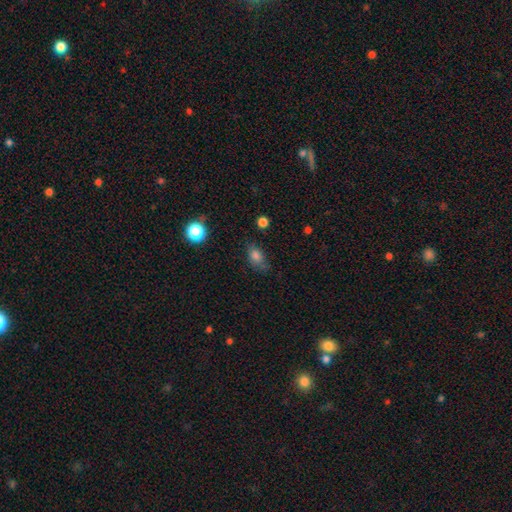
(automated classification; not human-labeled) Smooth or featured?
  - smooth: 79% *
  - star or artifact: 12%
  - featured or disk: 9%
How rounded?
  - in between: 80% *
  - round: 16%
  - cigar-shaped: 4%
Merging?
  - none: 64% *
  - minor disturbance: 26%
  - major disturbance: 8%
  - merger: 3%